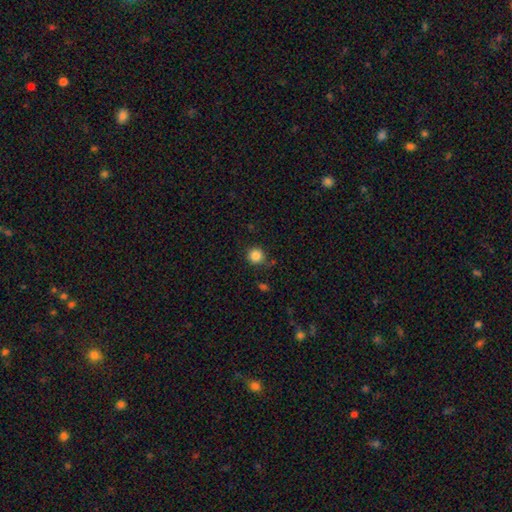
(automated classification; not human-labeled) The model was most divided on "merging": none: 82%, minor disturbance: 12%, major disturbance: 3%, merger: 3%. More confident: how rounded — round (93%); smooth or featured — smooth (86%).